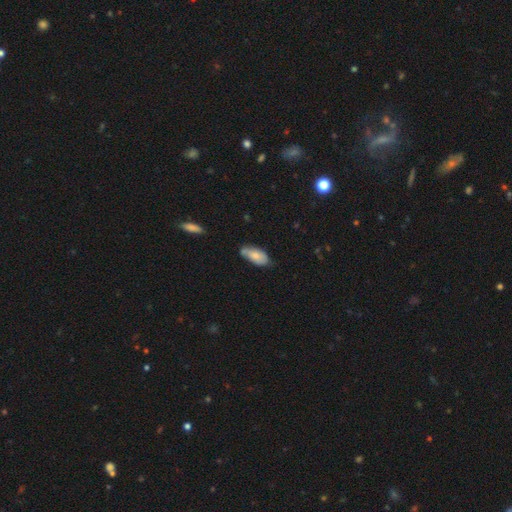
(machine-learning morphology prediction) Smooth or featured: smooth — 73% (featured or disk — 21%)
How rounded: in between — 91% (cigar-shaped — 6%)
Merging: none — 58% (minor disturbance — 32%)